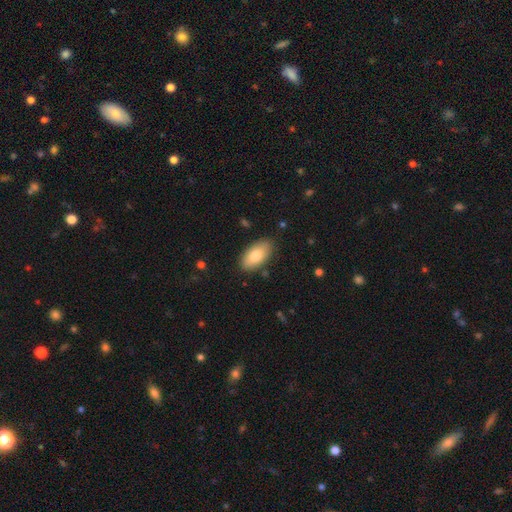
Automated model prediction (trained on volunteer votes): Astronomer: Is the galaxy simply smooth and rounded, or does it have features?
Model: smooth — 77%.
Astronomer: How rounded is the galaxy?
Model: in between — 93%.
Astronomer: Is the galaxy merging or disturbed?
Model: none — 85%.